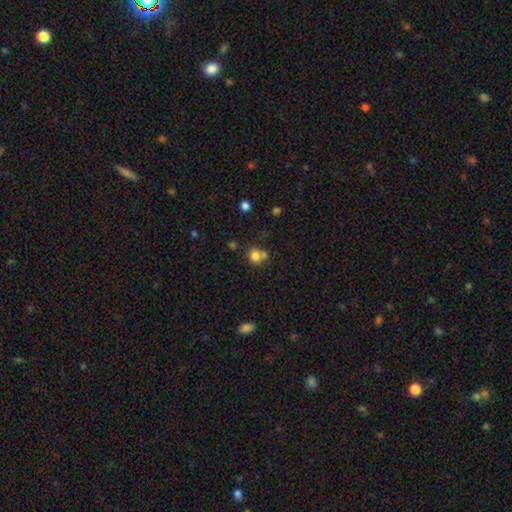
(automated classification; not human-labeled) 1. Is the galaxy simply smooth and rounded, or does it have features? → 79% smooth, 13% star or artifact, 9% featured or disk.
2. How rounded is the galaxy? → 85% round, 14% in between, 1% cigar-shaped.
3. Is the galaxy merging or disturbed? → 54% none, 31% merger, 11% minor disturbance, 5% major disturbance.